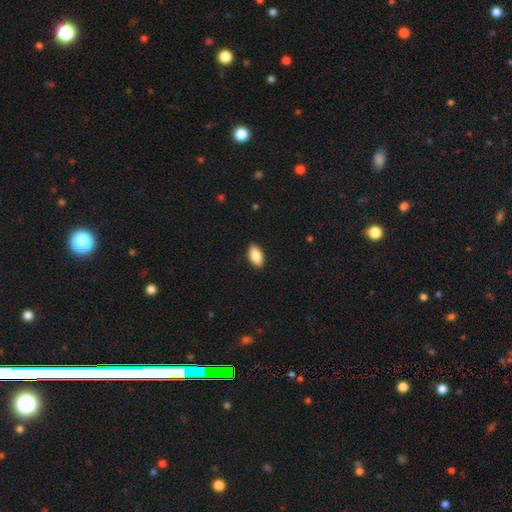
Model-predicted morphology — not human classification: A smooth galaxy with no disk features (81%) that is in between round and cigar-shaped (91%). Merging: none (88%).